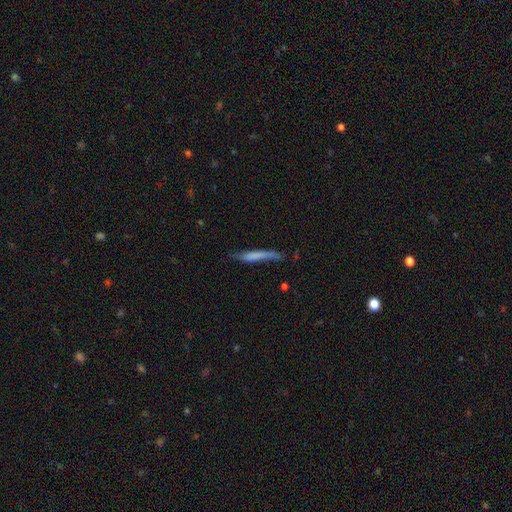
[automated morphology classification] Smooth or featured?
  - smooth: 62% *
  - featured or disk: 31%
  - star or artifact: 7%
How rounded?
  - cigar-shaped: 93% *
  - in between: 5%
  - round: 1%
Merging?
  - none: 57% *
  - minor disturbance: 28%
  - major disturbance: 11%
  - merger: 4%